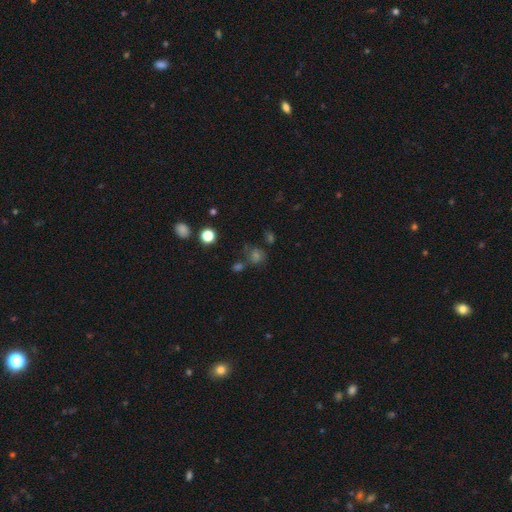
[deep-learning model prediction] Smooth or featured?
  - smooth: 45% *
  - star or artifact: 40%
  - featured or disk: 15%
Merging?
  - none: 63% *
  - minor disturbance: 15%
  - merger: 14%
  - major disturbance: 9%